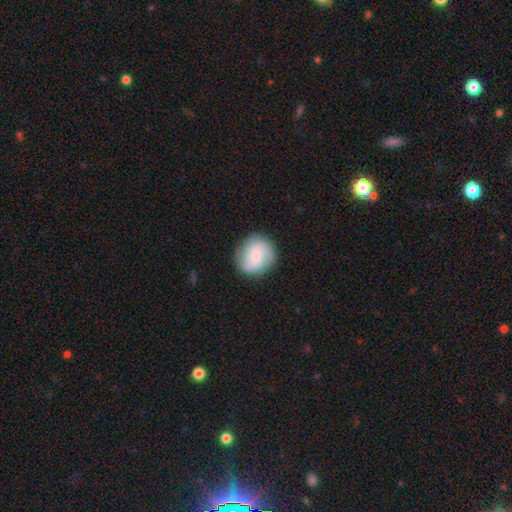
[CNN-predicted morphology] This appears to be a smooth galaxy with no disk features (66%) that is round (86%). Merging: none (80%).